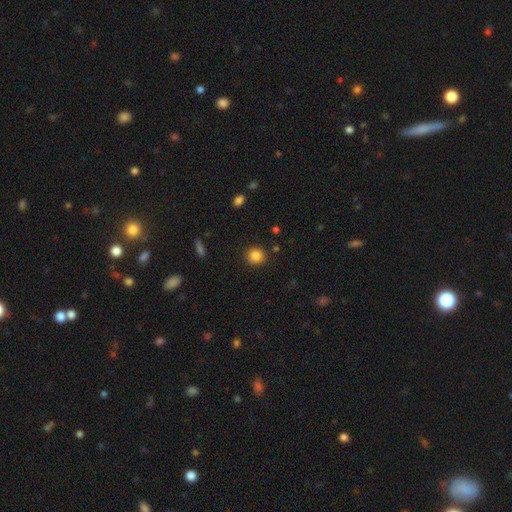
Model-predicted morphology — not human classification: Smooth or featured?
  - smooth: 84% *
  - star or artifact: 11%
  - featured or disk: 5%
How rounded?
  - round: 90% *
  - in between: 9%
  - cigar-shaped: 1%
Merging?
  - none: 90% *
  - minor disturbance: 6%
  - major disturbance: 2%
  - merger: 1%